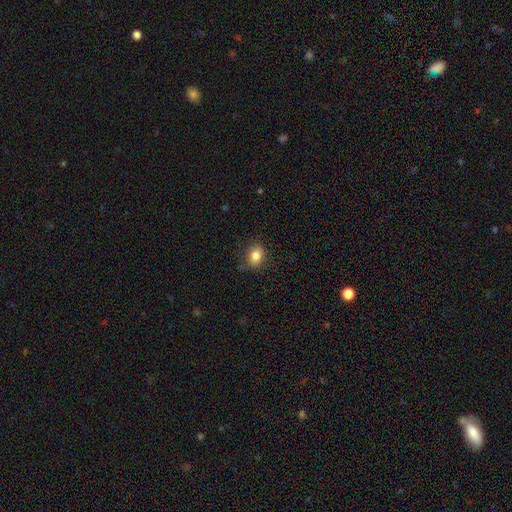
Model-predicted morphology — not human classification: A smooth galaxy with no disk features (82%) that is in between round and cigar-shaped (54%). Merging: none (80%).